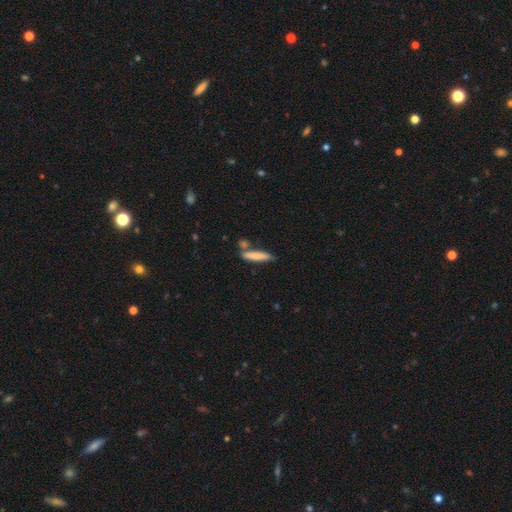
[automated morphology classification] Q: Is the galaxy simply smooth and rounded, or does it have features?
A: smooth — 78%.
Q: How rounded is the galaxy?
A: cigar-shaped — 88%.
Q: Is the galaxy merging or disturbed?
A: none — 70%.